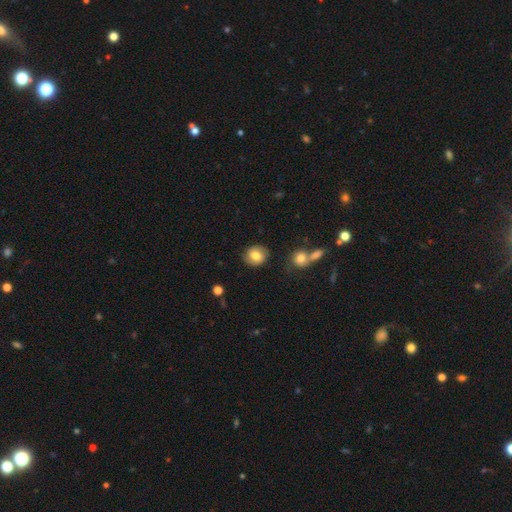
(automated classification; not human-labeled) A smooth galaxy with no disk features (73%) that is round (75%).

Vote fractions:
- Smooth or featured? smooth: 73% / featured or disk: 19% / star or artifact: 8%
- How rounded? round: 75% / in between: 24% / cigar-shaped: 1%
- Merging? none: 84% / minor disturbance: 11% / major disturbance: 3% / merger: 3%